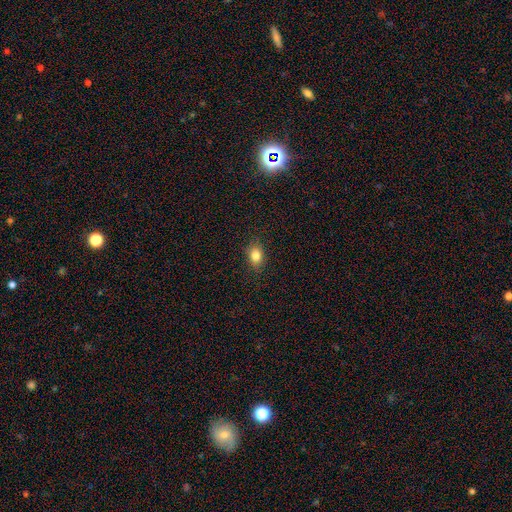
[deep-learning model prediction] smooth-or-featured: smooth: 83% | star or artifact: 10% | featured or disk: 7%
  how-rounded: in between: 73% | round: 25% | cigar-shaped: 2%
  merging: none: 86% | minor disturbance: 10% | major disturbance: 3% | merger: 1%